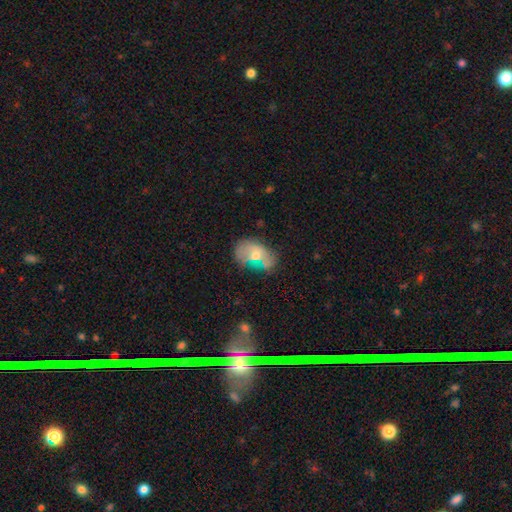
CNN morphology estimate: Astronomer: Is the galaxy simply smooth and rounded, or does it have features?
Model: smooth — 57%.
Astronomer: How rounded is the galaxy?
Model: in between — 81%.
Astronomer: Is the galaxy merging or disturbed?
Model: none — 50% (runner-up: minor disturbance, 28%).